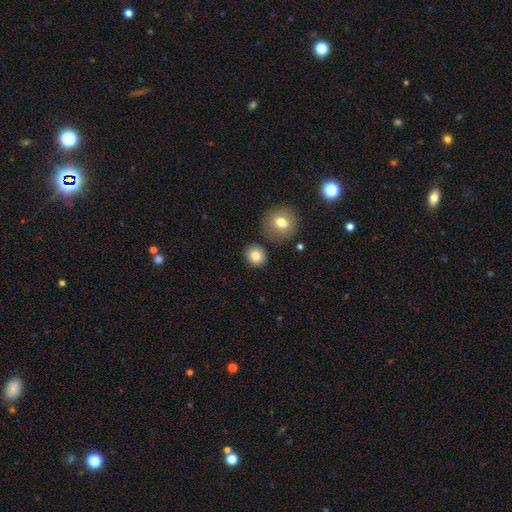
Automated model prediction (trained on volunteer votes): This is clearly a smooth galaxy (82%). How rounded: likely round (80%). Merging: clearly none (84%).